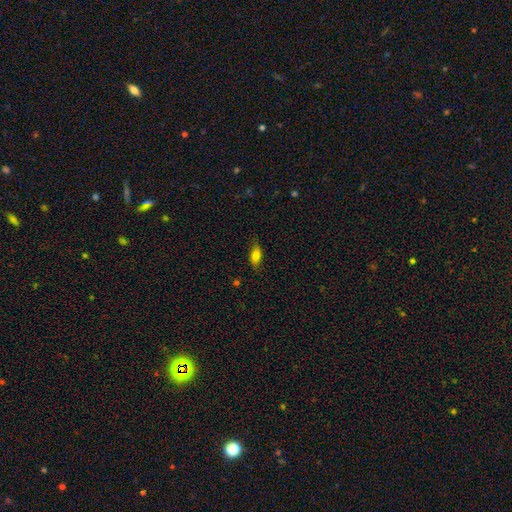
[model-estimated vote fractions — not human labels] Smooth or featured? smooth (76%)
How rounded? in between (80%)
Merging? none (79%)